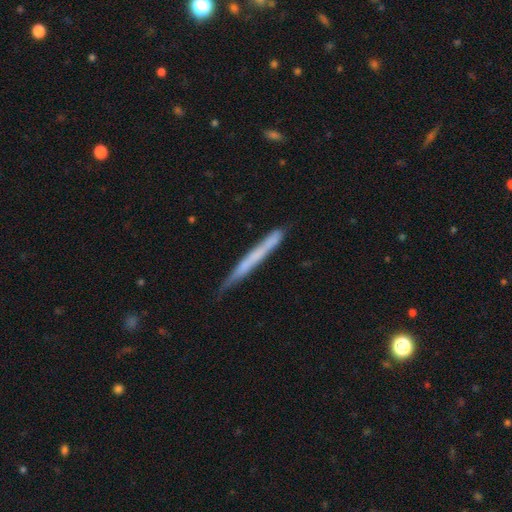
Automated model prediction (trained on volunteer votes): Morphology: type=smooth (51%); roundness=cigar-shaped (97%); merging=none (78%).